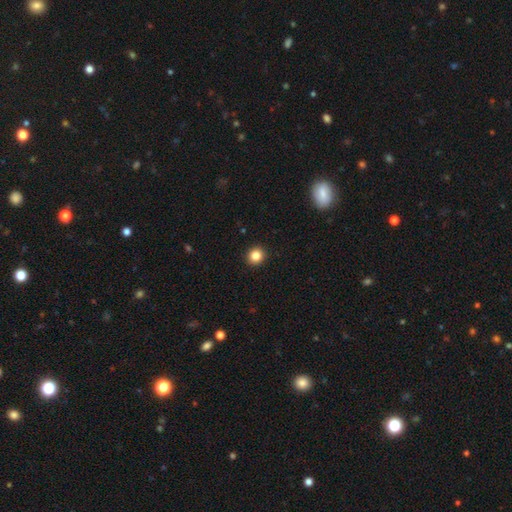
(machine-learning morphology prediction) The model was most divided on "smooth or featured": smooth: 85%, star or artifact: 11%, featured or disk: 5%. More confident: merging — none (93%); how rounded — round (90%).